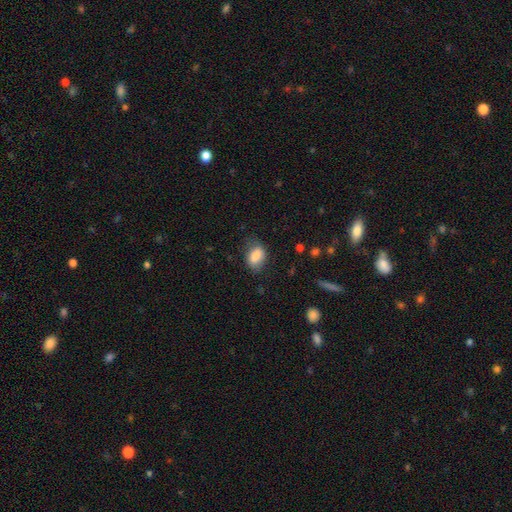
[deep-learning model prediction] Q: Smooth or featured?
A: smooth (82%); runner-up: featured or disk (10%)
Q: How rounded?
A: in between (82%); runner-up: round (16%)
Q: Merging?
A: none (69%); runner-up: minor disturbance (23%)